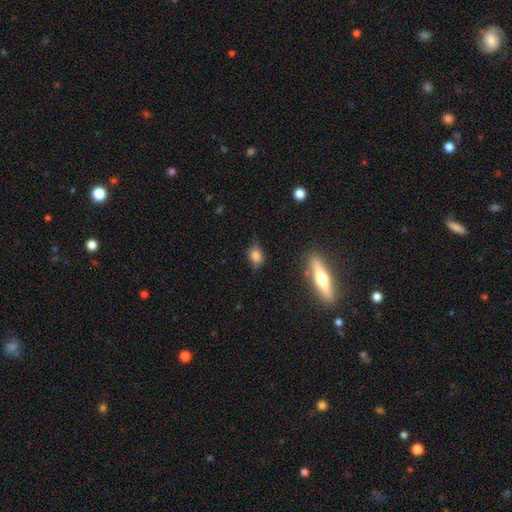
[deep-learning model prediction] A smooth galaxy with no disk features (75%) that is in between round and cigar-shaped (61%). Merging: none (66%).